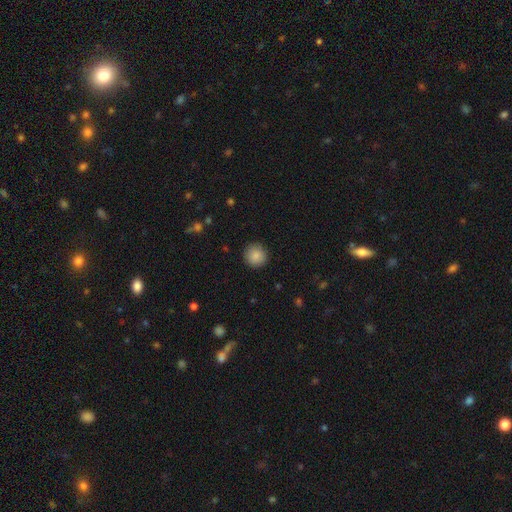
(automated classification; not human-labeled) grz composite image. It shows a smooth galaxy with no disk features (88%) that is round (94%). Merging: none (91%).